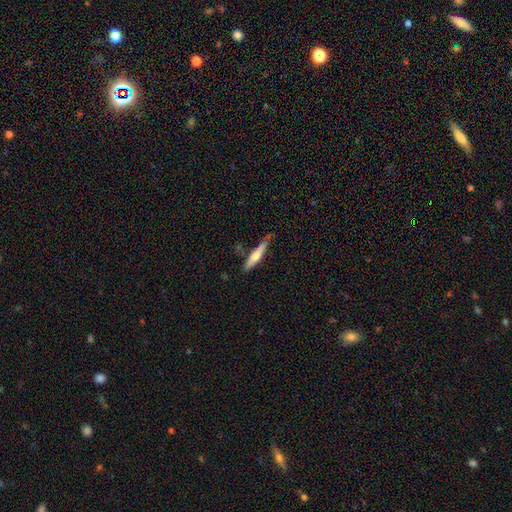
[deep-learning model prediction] Smooth or featured? Predicted: smooth (p=0.57). How rounded? Predicted: cigar-shaped (p=0.90). Merging? Predicted: none (p=0.68).